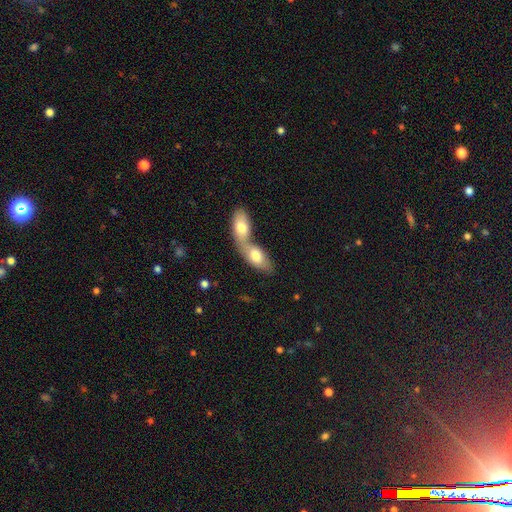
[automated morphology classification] smooth-or-featured: smooth: 73% | featured or disk: 22% | star or artifact: 6%
  how-rounded: in between: 88% | cigar-shaped: 7% | round: 5%
  merging: merger: 74% | none: 18% | minor disturbance: 5% | major disturbance: 3%